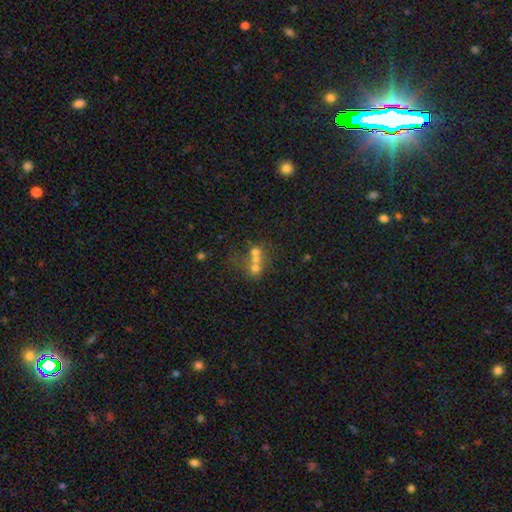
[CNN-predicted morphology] Q: Smooth or featured?
A: smooth (50%); runner-up: featured or disk (26%)
Q: How rounded?
A: round (75%); runner-up: in between (24%)
Q: Merging?
A: merger (58%); runner-up: none (30%)